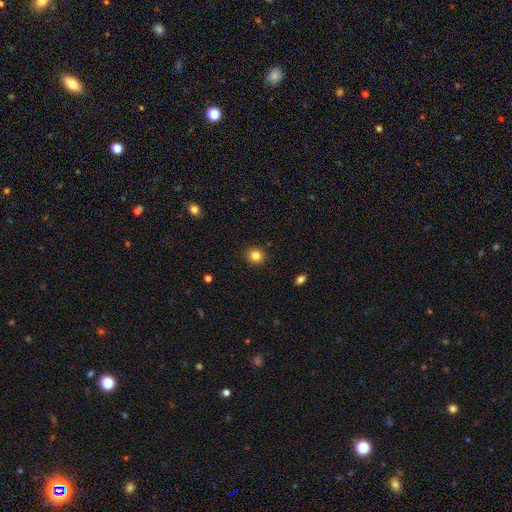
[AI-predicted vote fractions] smooth_or_featured: smooth (p=0.83) [alt: star or artifact p=0.12]
how_rounded: round (p=0.88) [alt: in between p=0.11]
merging: none (p=0.91) [alt: minor disturbance p=0.06]